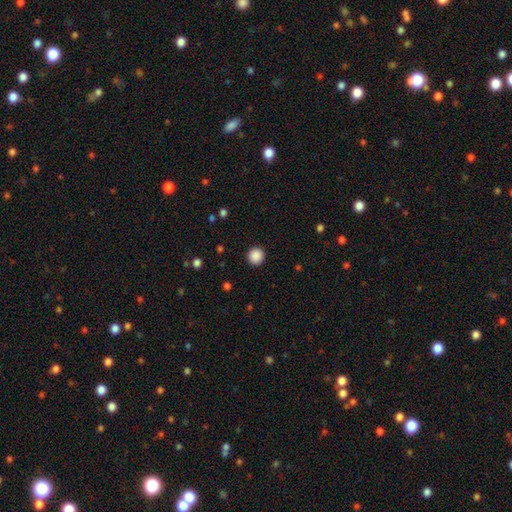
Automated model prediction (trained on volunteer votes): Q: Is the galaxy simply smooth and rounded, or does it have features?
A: smooth — 89%.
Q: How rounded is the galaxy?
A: round — 95%.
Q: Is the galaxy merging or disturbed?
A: none — 93%.